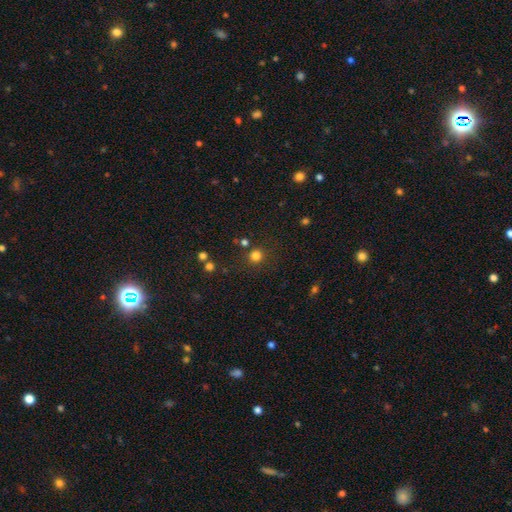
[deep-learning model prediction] A smooth galaxy with no disk features (79%) that is round (93%). Merging: none (84%).